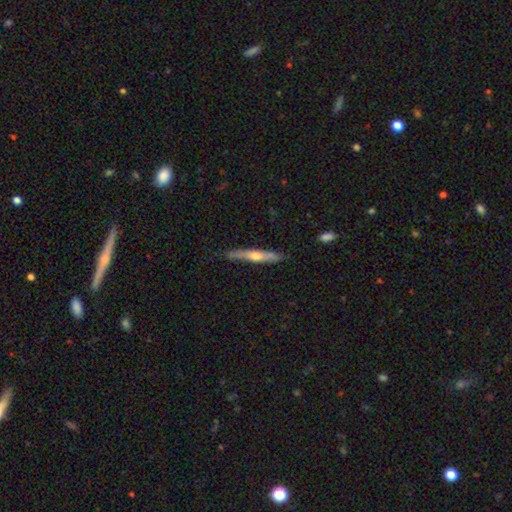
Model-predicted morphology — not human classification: A featured or disk galaxy (48%).

Vote fractions:
- Smooth or featured? featured or disk: 48% / smooth: 47% / star or artifact: 5%
- Merging? none: 79% / minor disturbance: 16% / major disturbance: 3% / merger: 2%